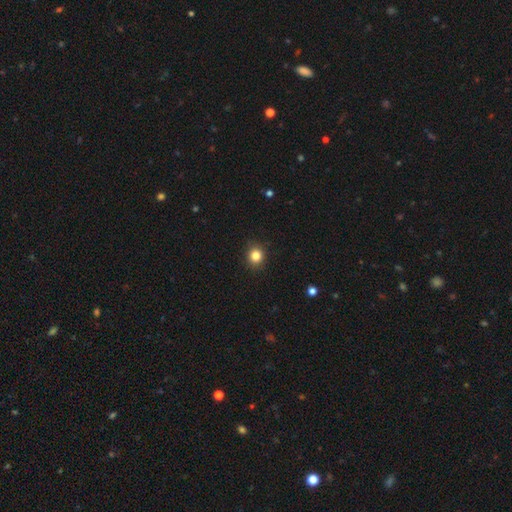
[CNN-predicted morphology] The model was most divided on "how rounded": round: 85%, in between: 14%, cigar-shaped: 1%. More confident: merging — none (90%); smooth or featured — smooth (84%).